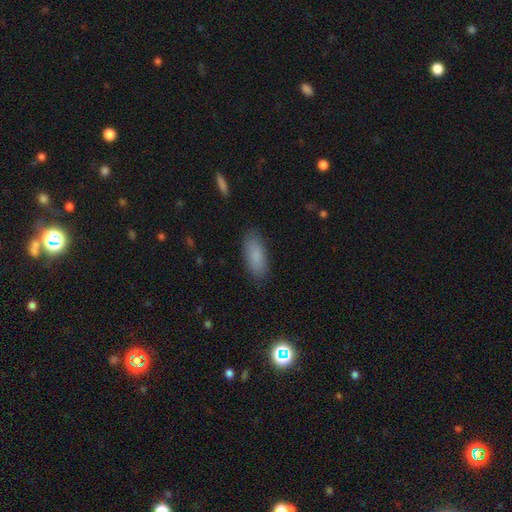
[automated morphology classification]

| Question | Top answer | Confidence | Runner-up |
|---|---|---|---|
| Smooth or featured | smooth | 85% | star or artifact (8%) |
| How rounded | in between | 78% | cigar-shaped (20%) |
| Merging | none | 86% | minor disturbance (10%) |